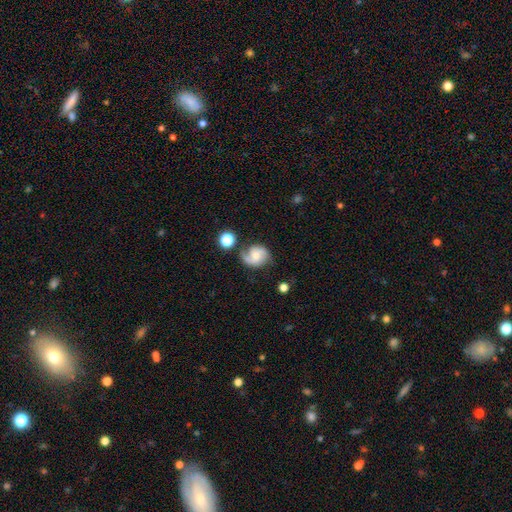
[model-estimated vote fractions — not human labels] A featured or disk galaxy (70%) with no bar (58%), 2 (73%) medium (48%) spiral arms (94%) and a small central bulge (41%). Merging: none (61%).